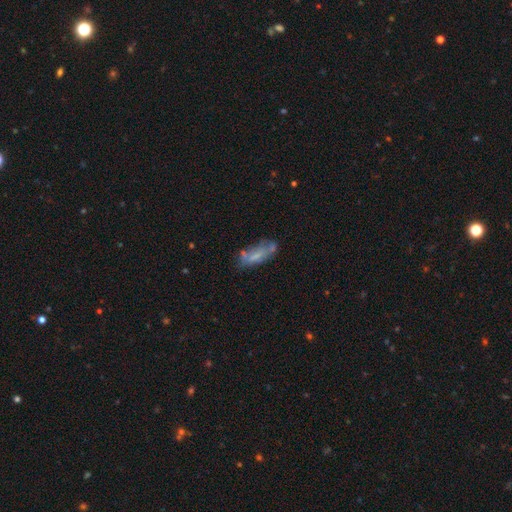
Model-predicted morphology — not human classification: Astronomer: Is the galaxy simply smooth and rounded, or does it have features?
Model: smooth — 51% (runner-up: featured or disk, 39%).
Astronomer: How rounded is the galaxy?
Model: in between — 66%.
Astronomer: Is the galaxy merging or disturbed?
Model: none — 48% (runner-up: minor disturbance, 25%).